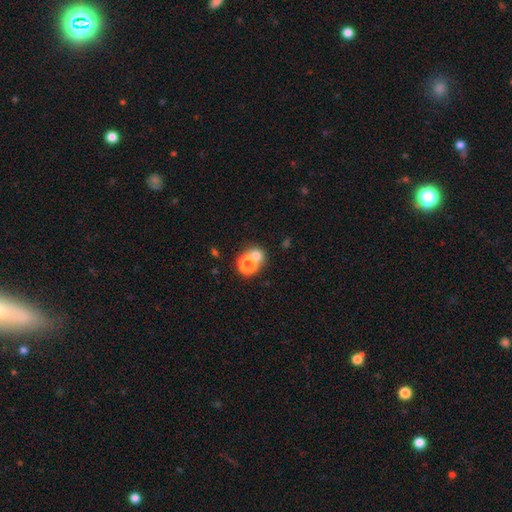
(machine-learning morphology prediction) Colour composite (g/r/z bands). It shows a smooth galaxy with no disk features (72%) that is round (76%). Merging: merger (50%).